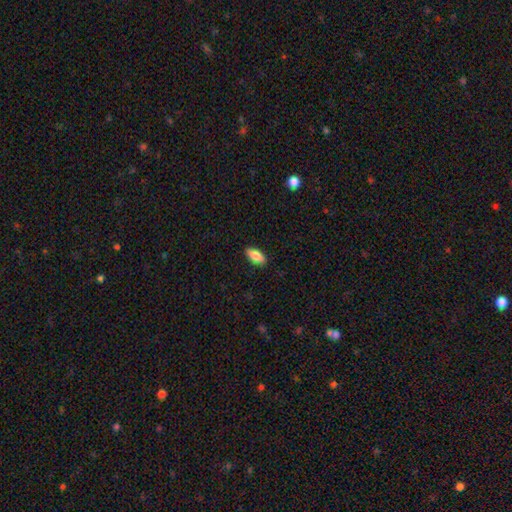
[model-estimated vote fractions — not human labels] Smooth or featured: smooth — 81% (featured or disk — 12%)
How rounded: in between — 84% (cigar-shaped — 13%)
Merging: none — 89% (minor disturbance — 8%)